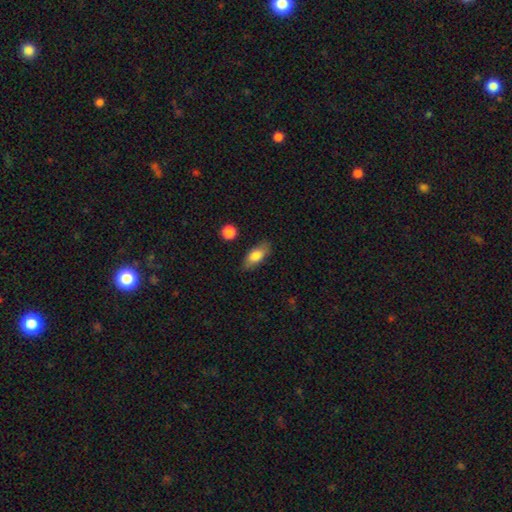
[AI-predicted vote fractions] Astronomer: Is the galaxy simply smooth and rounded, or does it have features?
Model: smooth — 77%.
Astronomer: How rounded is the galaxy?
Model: in between — 81%.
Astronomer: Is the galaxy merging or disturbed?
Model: none — 82%.